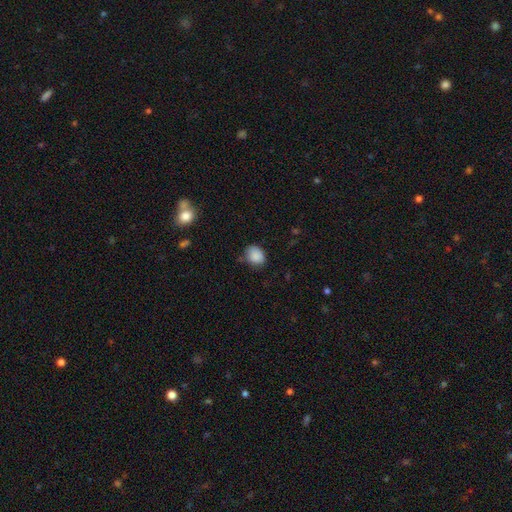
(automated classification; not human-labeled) Morphology: type=smooth (87%); roundness=round (55%); merging=none (67%).